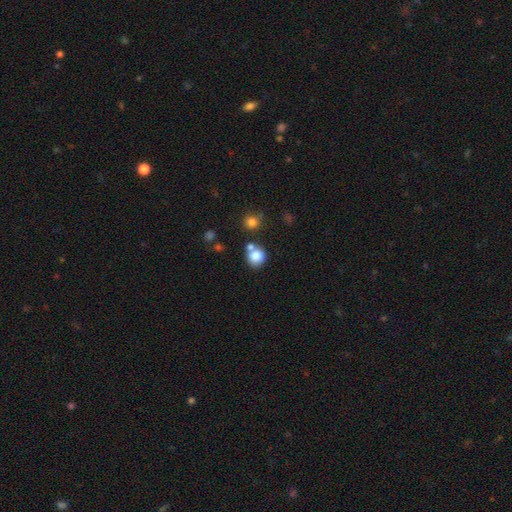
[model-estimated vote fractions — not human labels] Smooth or featured?
  - smooth: 81% *
  - star or artifact: 11%
  - featured or disk: 8%
How rounded?
  - round: 81% *
  - in between: 18%
  - cigar-shaped: 1%
Merging?
  - none: 58% *
  - merger: 26%
  - minor disturbance: 11%
  - major disturbance: 4%